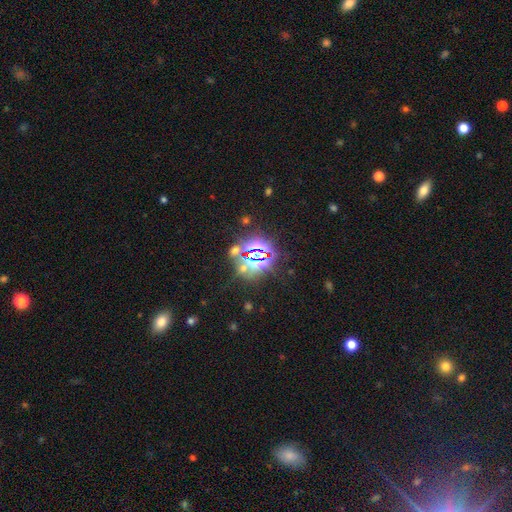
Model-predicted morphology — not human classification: The model was most divided on "smooth or featured": star or artifact: 77%, smooth: 15%, featured or disk: 8%.